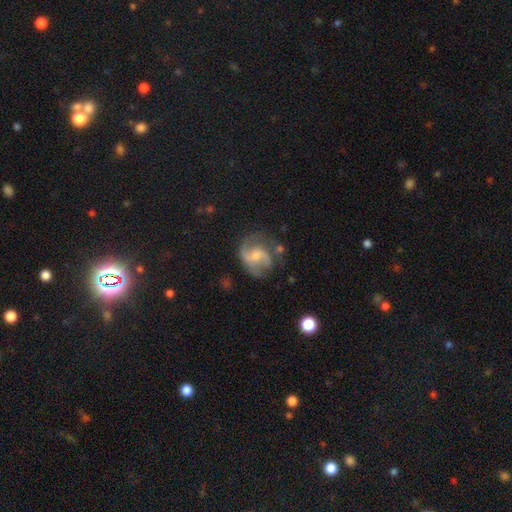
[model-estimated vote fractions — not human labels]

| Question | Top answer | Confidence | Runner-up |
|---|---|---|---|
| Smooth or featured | featured or disk | 79% | smooth (15%) |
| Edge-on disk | no | 98% | yes (2%) |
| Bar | no | 47% | weak (43%) |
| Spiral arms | yes | 93% | no (7%) |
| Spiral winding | medium | 50% | loose (34%) |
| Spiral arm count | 2 | 77% | can't tell (8%) |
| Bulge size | small | 51% | moderate (42%) |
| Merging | none | 58% | minor disturbance (23%) |